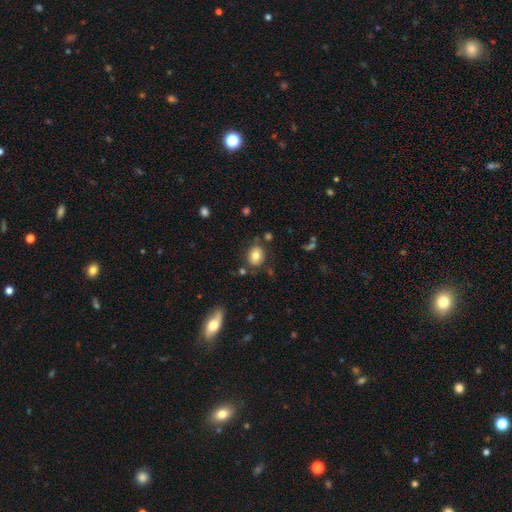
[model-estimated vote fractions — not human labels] The model was most divided on "how rounded": round: 53%, in between: 46%, cigar-shaped: 1%. More confident: smooth or featured — smooth (79%); merging — none (78%).